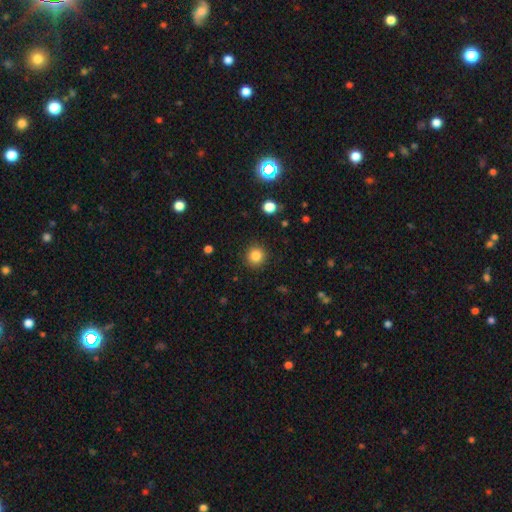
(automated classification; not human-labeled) Smooth or featured: smooth — 84% (star or artifact — 12%)
How rounded: round — 93% (in between — 6%)
Merging: none — 90% (minor disturbance — 6%)